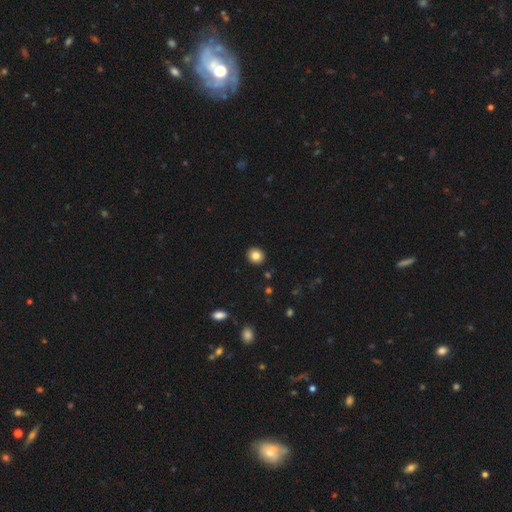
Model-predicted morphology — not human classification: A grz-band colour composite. It shows a smooth galaxy with no disk features (83%) that is round (83%). Merging: none (92%).